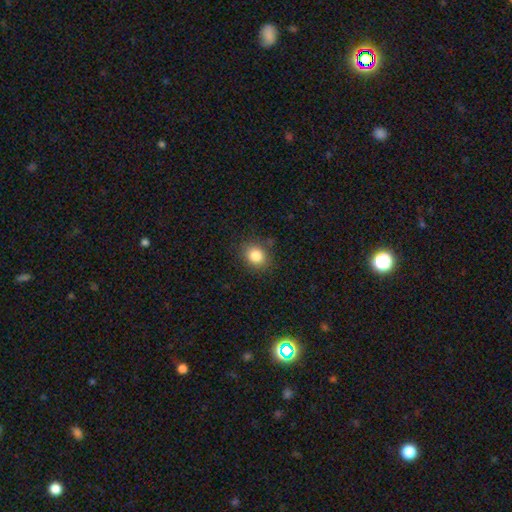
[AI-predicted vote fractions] This is clearly a smooth galaxy (84%). How rounded: possibly round (60%). Merging: clearly none (84%).